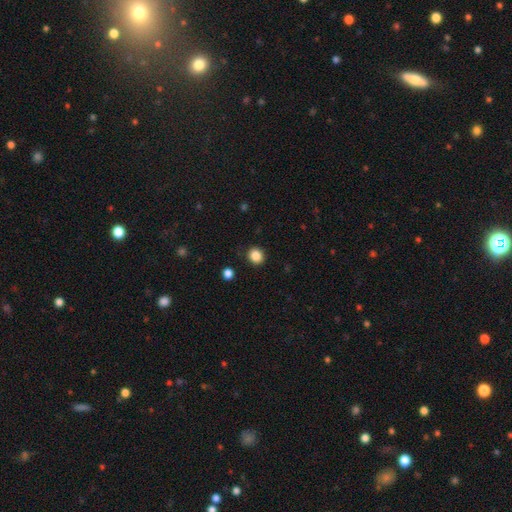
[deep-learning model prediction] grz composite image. It shows a smooth galaxy with no disk features (86%) that is round (82%). Merging: none (89%).